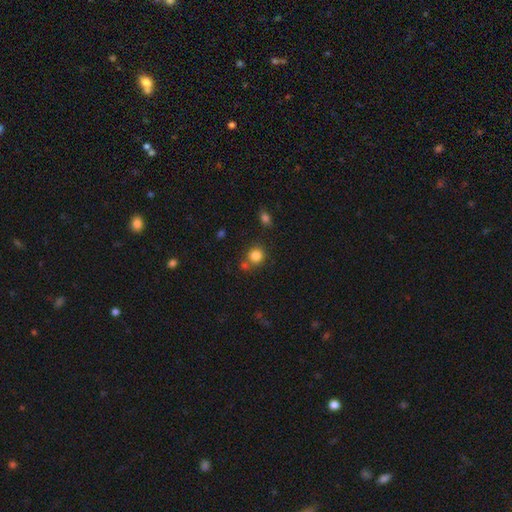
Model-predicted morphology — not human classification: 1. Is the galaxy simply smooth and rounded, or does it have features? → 83% smooth, 12% star or artifact, 6% featured or disk.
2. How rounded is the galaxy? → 88% round, 11% in between, 1% cigar-shaped.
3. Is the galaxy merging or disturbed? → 67% none, 18% merger, 11% minor disturbance, 4% major disturbance.